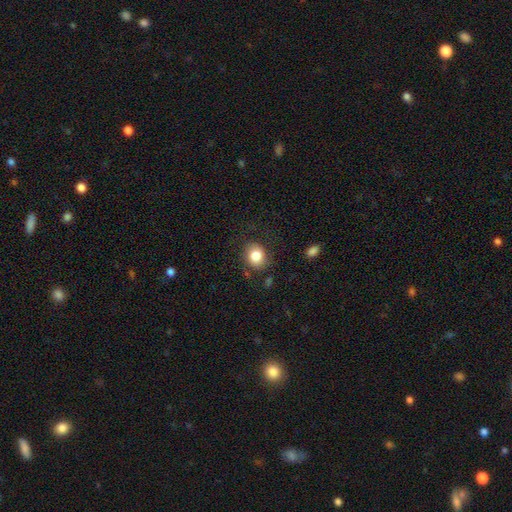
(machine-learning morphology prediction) Smooth or featured?
  - smooth: 83% *
  - star or artifact: 9%
  - featured or disk: 8%
How rounded?
  - round: 65% *
  - in between: 35%
  - cigar-shaped: 1%
Merging?
  - none: 78% *
  - minor disturbance: 15%
  - major disturbance: 5%
  - merger: 2%